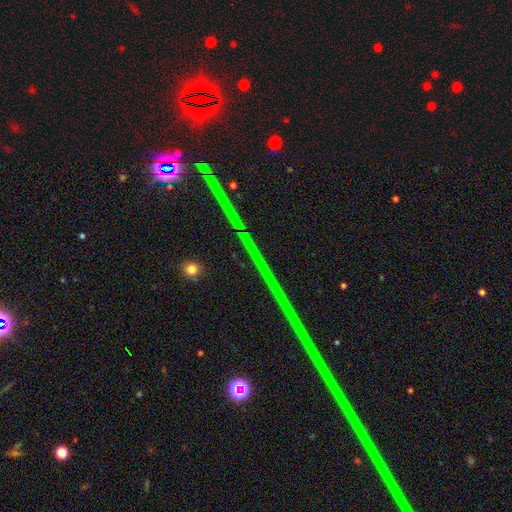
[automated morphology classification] smooth-or-featured: star or artifact: 86% | featured or disk: 8% | smooth: 5%